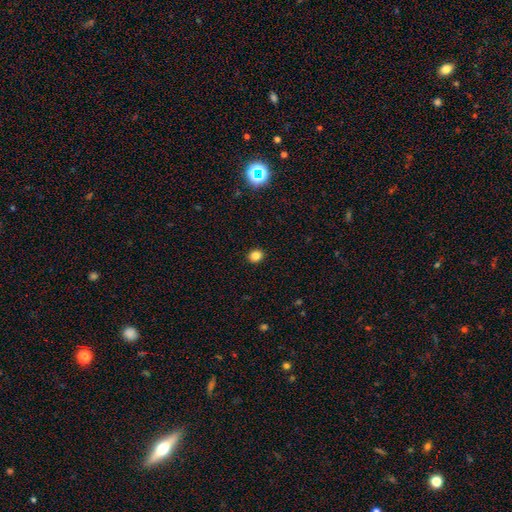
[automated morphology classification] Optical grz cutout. It shows a smooth galaxy with no disk features (83%) that is round (76%). Merging: none (92%).